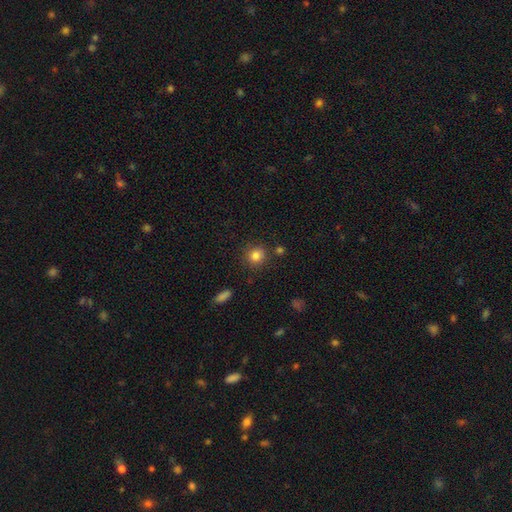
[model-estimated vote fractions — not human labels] The model was most divided on "smooth or featured": smooth: 83%, star or artifact: 11%, featured or disk: 6%. More confident: how rounded — round (88%); merging — none (83%).